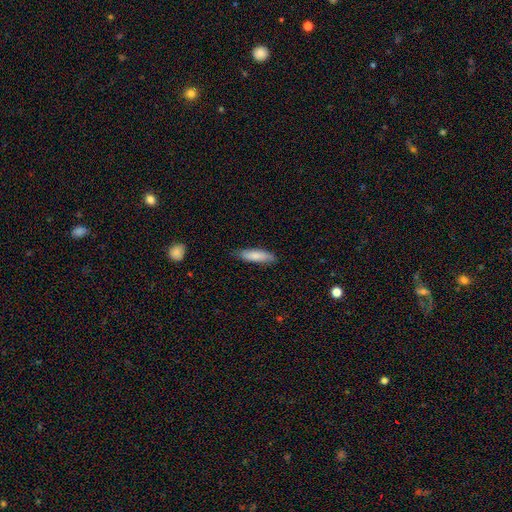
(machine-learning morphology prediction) Smooth or featured? smooth (82%)
How rounded? cigar-shaped (67%)
Merging? none (82%)